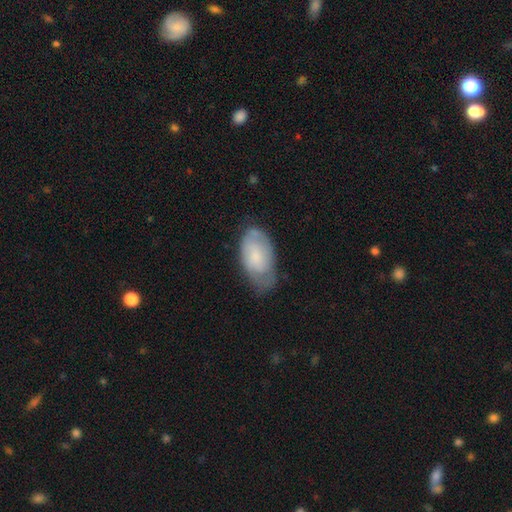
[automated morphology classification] The model was most divided on "smooth or featured": smooth: 56%, featured or disk: 37%, star or artifact: 7%. More confident: how rounded — in between (94%); merging — none (58%).